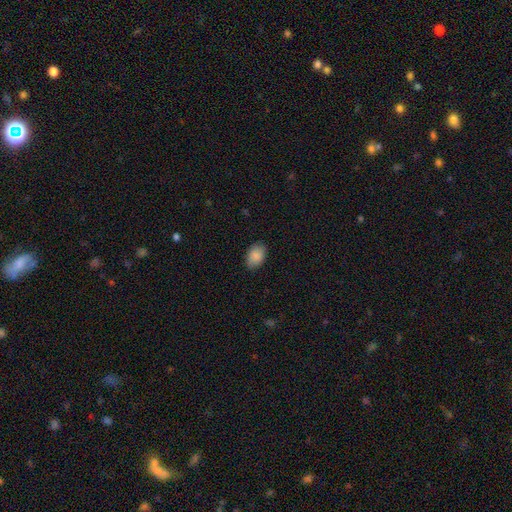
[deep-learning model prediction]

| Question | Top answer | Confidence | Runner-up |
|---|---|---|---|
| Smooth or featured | smooth | 88% | star or artifact (7%) |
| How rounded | in between | 88% | round (11%) |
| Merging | none | 87% | minor disturbance (10%) |